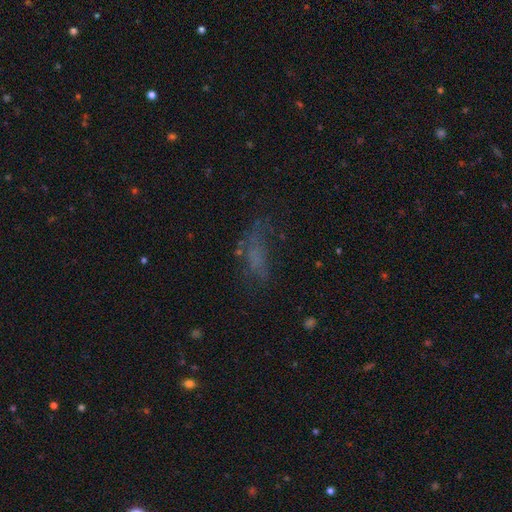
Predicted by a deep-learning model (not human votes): The model was most divided on "merging": none: 40%, major disturbance: 34%, minor disturbance: 21%, merger: 5%. Remaining: smooth or featured — smooth (46%).